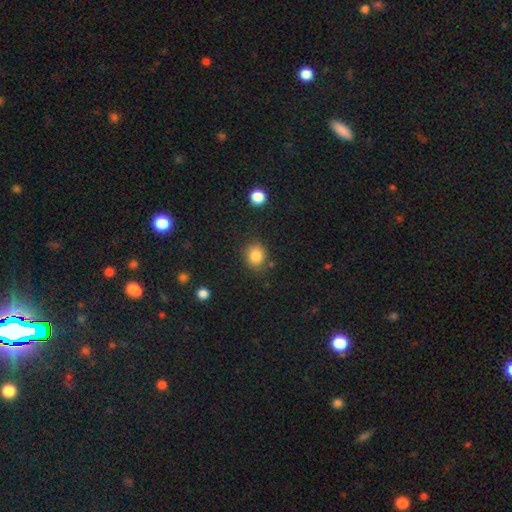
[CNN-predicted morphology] A smooth galaxy with no disk features (84%) that is round (74%).

Vote fractions:
- Smooth or featured? smooth: 84% / star or artifact: 11% / featured or disk: 5%
- How rounded? round: 74% / in between: 26% / cigar-shaped: 1%
- Merging? none: 82% / minor disturbance: 11% / major disturbance: 3% / merger: 3%